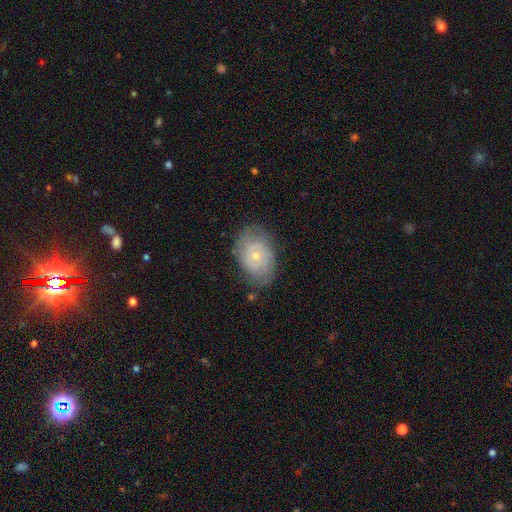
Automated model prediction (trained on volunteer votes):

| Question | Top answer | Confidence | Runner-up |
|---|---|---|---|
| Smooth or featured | featured or disk | 63% | smooth (29%) |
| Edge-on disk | no | 96% | yes (4%) |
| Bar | no | 80% | weak (17%) |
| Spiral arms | yes | 78% | no (22%) |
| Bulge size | small | 62% | moderate (35%) |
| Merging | none | 72% | minor disturbance (20%) |